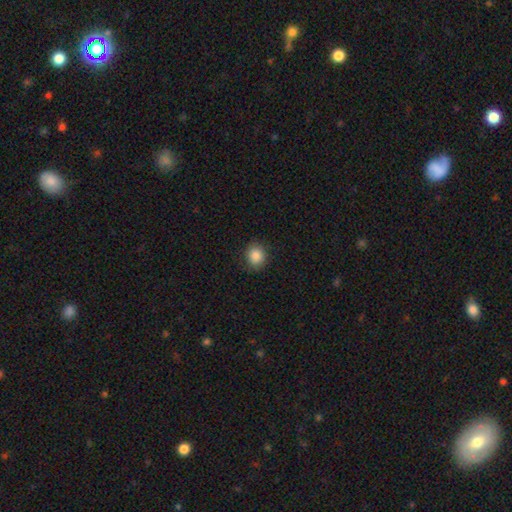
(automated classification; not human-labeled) Q: Smooth or featured?
A: smooth (86%); runner-up: star or artifact (9%)
Q: How rounded?
A: round (73%); runner-up: in between (26%)
Q: Merging?
A: none (86%); runner-up: minor disturbance (11%)